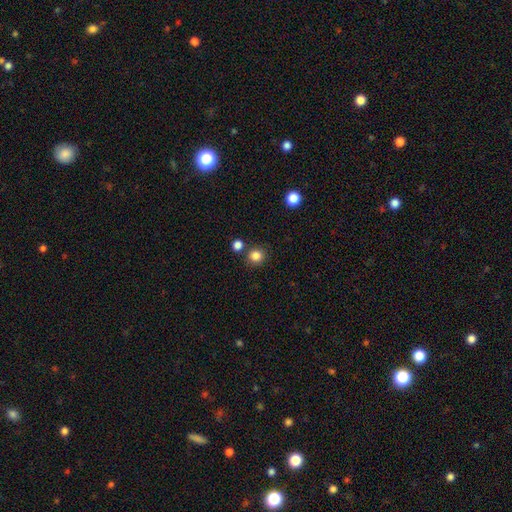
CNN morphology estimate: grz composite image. It shows a smooth galaxy with no disk features (84%) that is round (90%). Merging: none (80%).